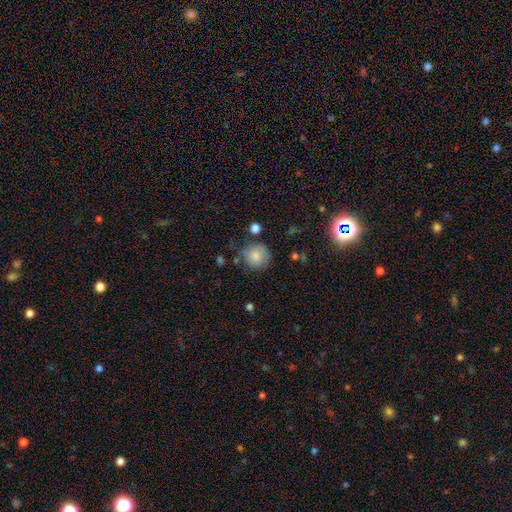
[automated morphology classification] smooth_or_featured: smooth (p=0.77) [alt: featured or disk p=0.14]
how_rounded: round (p=0.90) [alt: in between p=0.09]
merging: none (p=0.68) [alt: minor disturbance p=0.21]